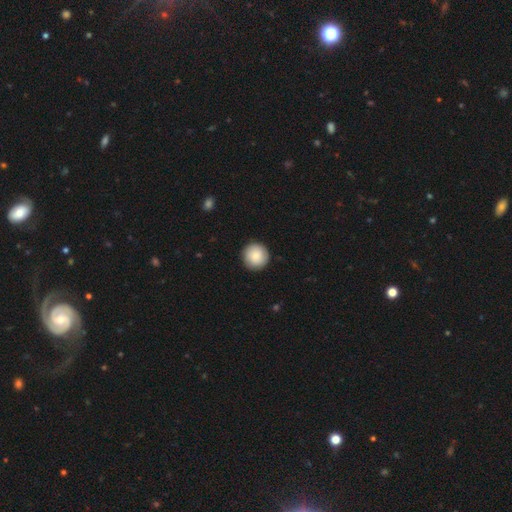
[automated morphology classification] A smooth galaxy with no disk features (86%) that is round (95%).

Vote fractions:
- Smooth or featured? smooth: 86% / featured or disk: 7% / star or artifact: 7%
- How rounded? round: 95% / in between: 4% / cigar-shaped: 1%
- Merging? none: 91% / minor disturbance: 6% / major disturbance: 2% / merger: 1%